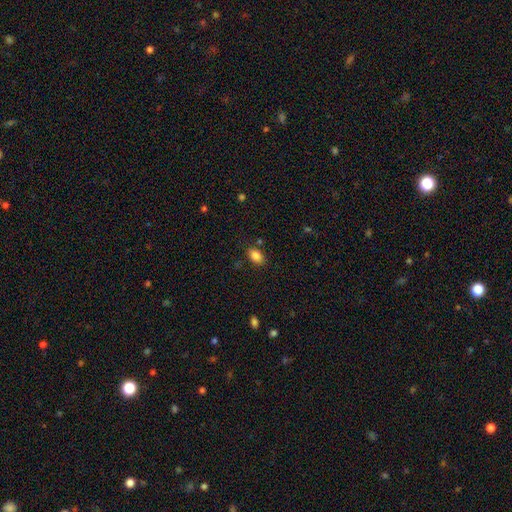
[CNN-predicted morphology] The model was most divided on "merging": none: 82%, minor disturbance: 12%, merger: 4%, major disturbance: 3%. More confident: how rounded — in between (85%); smooth or featured — smooth (85%).